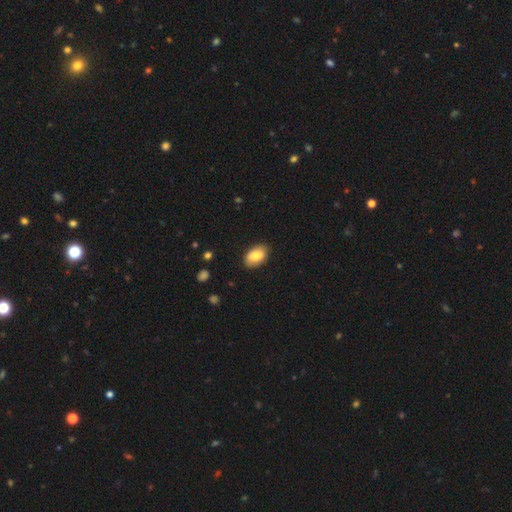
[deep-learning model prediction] Q: Smooth or featured?
A: smooth (82%); runner-up: featured or disk (11%)
Q: How rounded?
A: in between (91%); runner-up: round (7%)
Q: Merging?
A: none (85%); runner-up: minor disturbance (12%)